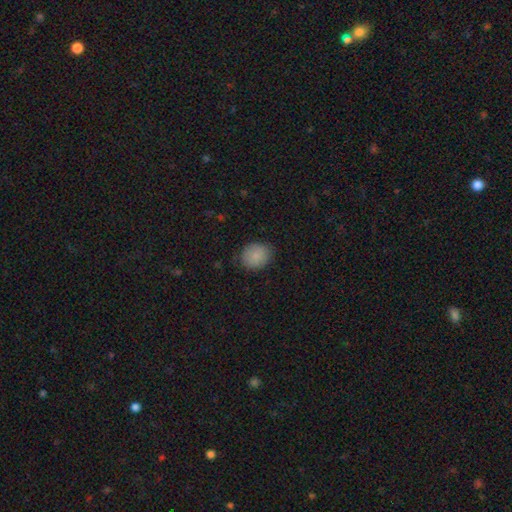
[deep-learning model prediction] smooth_or_featured: smooth (p=0.87) [alt: star or artifact p=0.08]
how_rounded: round (p=0.65) [alt: in between p=0.35]
merging: none (p=0.79) [alt: minor disturbance p=0.16]